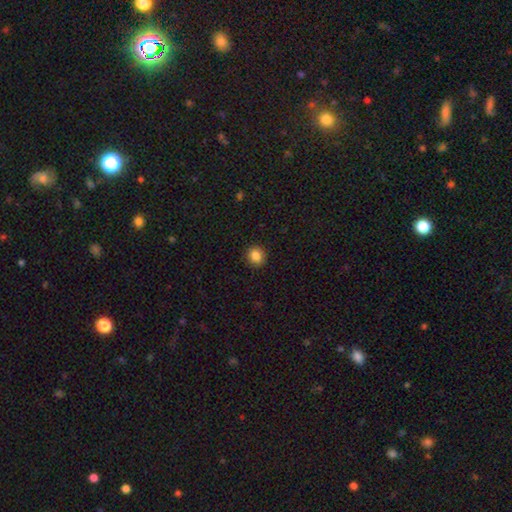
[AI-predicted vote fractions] Smooth or featured?
  - smooth: 85% *
  - star or artifact: 10%
  - featured or disk: 5%
How rounded?
  - round: 82% *
  - in between: 17%
  - cigar-shaped: 1%
Merging?
  - none: 91% *
  - minor disturbance: 6%
  - major disturbance: 2%
  - merger: 1%